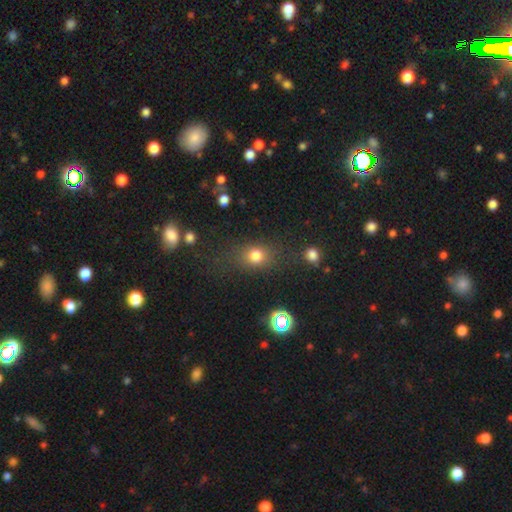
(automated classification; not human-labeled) A smooth galaxy with no disk features (74%) that is round (53%). Merging: none (71%).